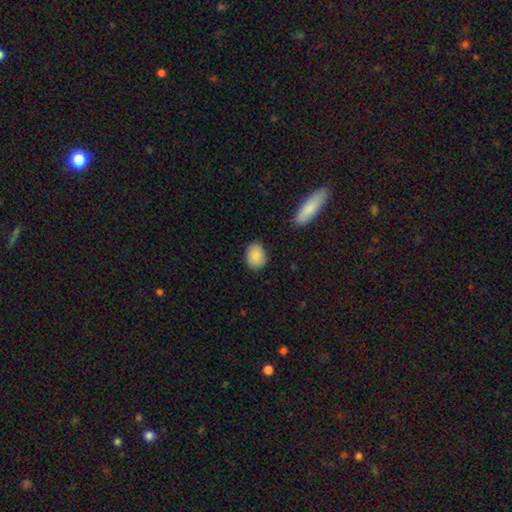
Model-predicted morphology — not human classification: type=smooth (87%); roundness=in between (59%); merging=none (81%).